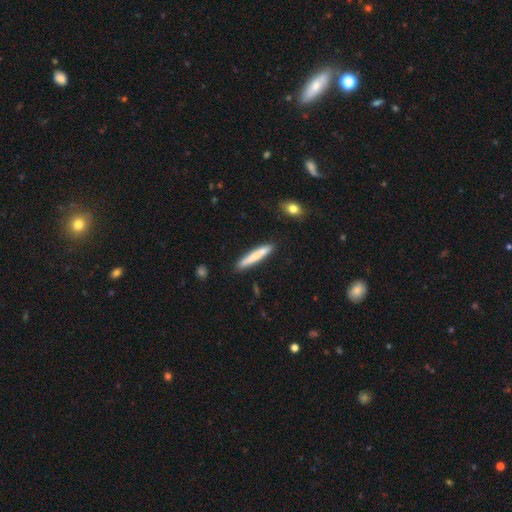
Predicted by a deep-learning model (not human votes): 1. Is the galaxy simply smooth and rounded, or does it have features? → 73% smooth, 21% featured or disk, 6% star or artifact.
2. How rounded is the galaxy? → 94% cigar-shaped, 5% in between, 1% round.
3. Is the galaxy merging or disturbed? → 87% none, 9% minor disturbance, 2% merger, 2% major disturbance.